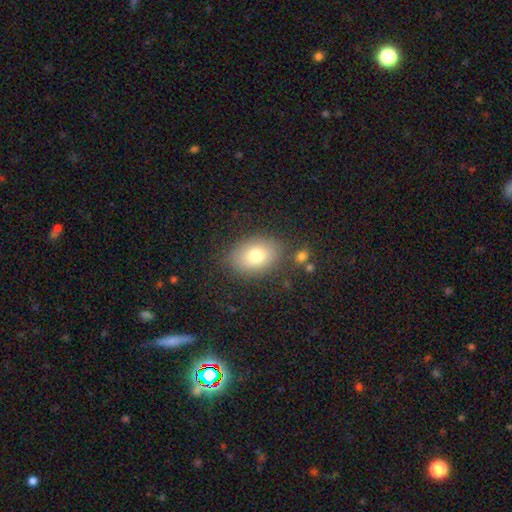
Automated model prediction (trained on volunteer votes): This appears to be a smooth galaxy with no disk features (77%) that is in between round and cigar-shaped (74%). Merging: none (80%).